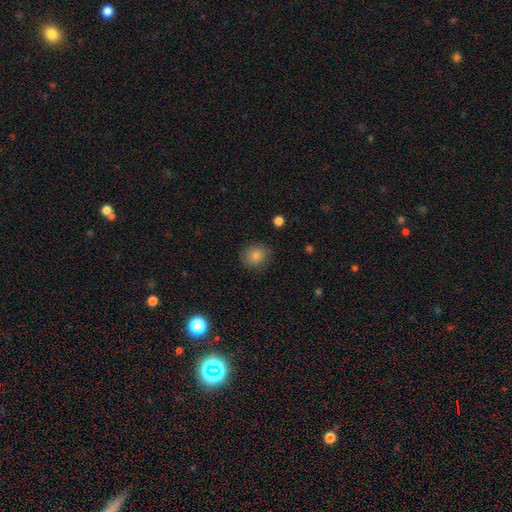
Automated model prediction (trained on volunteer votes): Morphology: type=smooth (84%); roundness=round (75%); merging=none (85%).